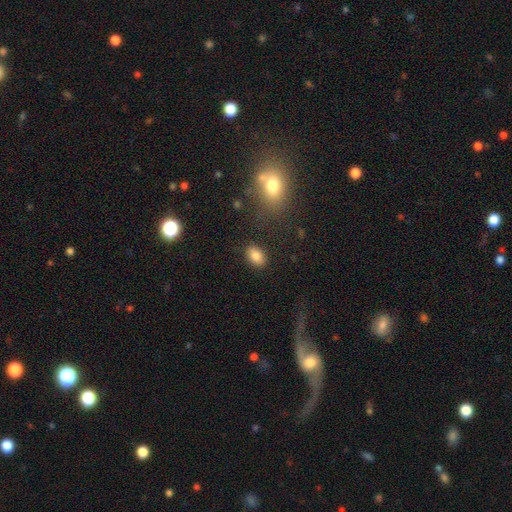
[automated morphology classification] Smooth or featured?
  - smooth: 83% *
  - star or artifact: 9%
  - featured or disk: 8%
How rounded?
  - in between: 83% *
  - round: 15%
  - cigar-shaped: 1%
Merging?
  - none: 86% *
  - minor disturbance: 9%
  - major disturbance: 3%
  - merger: 2%